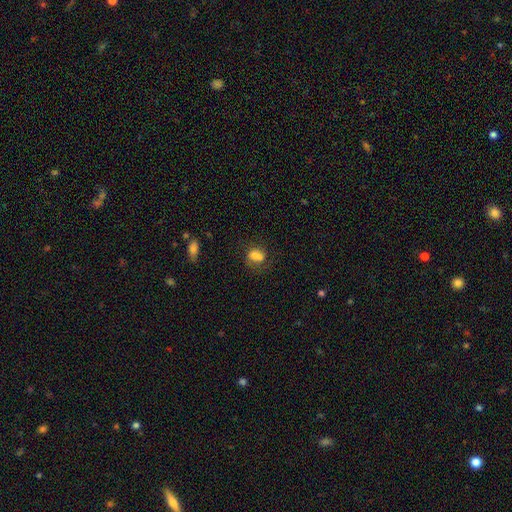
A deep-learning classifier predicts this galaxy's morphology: A smooth galaxy with no disk features (72%) that is in between round and cigar-shaped (60%). Merging: none (45%).